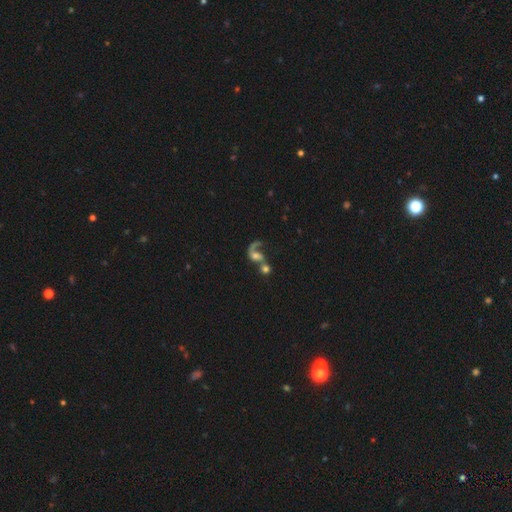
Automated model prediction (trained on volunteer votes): Smooth or featured?
  - featured or disk: 59% *
  - smooth: 29%
  - star or artifact: 12%
Edge-on disk?
  - no: 96% *
  - yes: 4%
Bar?
  - no: 65% *
  - weak: 27%
  - strong: 8%
Spiral arms?
  - yes: 80% *
  - no: 20%
Bulge size?
  - moderate: 36% *
  - small: 25%
  - large: 18%
  - none: 16%
  - dominant: 5%
Merging?
  - merger: 57% *
  - major disturbance: 19%
  - none: 17%
  - minor disturbance: 7%